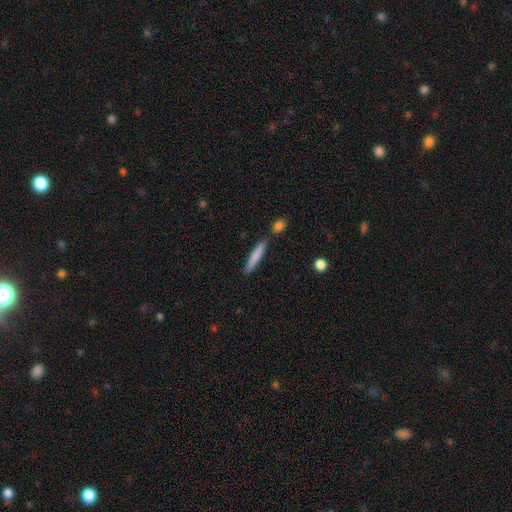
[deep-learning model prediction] Smooth or featured? smooth (79%)
How rounded? cigar-shaped (92%)
Merging? none (78%)